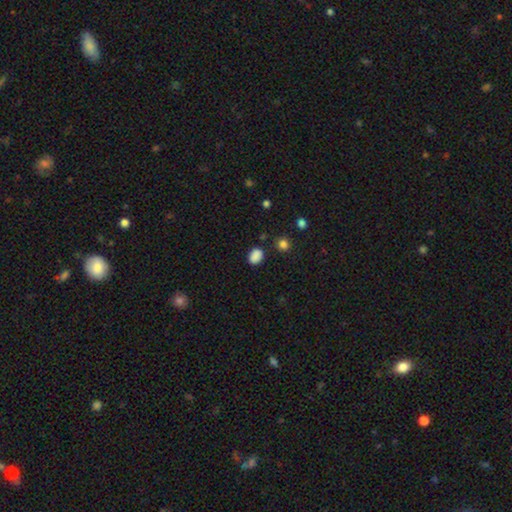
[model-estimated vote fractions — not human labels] smooth-or-featured: smooth: 85% | star or artifact: 11% | featured or disk: 4%
  how-rounded: in between: 71% | round: 28% | cigar-shaped: 1%
  merging: none: 79% | minor disturbance: 14% | major disturbance: 3% | merger: 3%